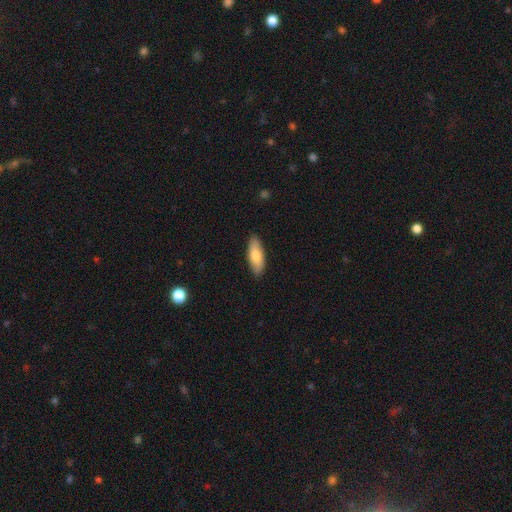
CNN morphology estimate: Q: Smooth or featured?
A: smooth (77%); runner-up: featured or disk (18%)
Q: How rounded?
A: in between (72%); runner-up: cigar-shaped (26%)
Q: Merging?
A: none (88%); runner-up: minor disturbance (10%)